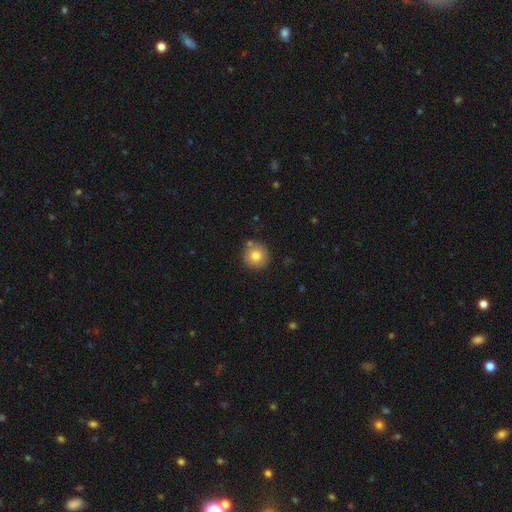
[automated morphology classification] A smooth galaxy with no disk features (77%) that is round (95%). Merging: none (83%).